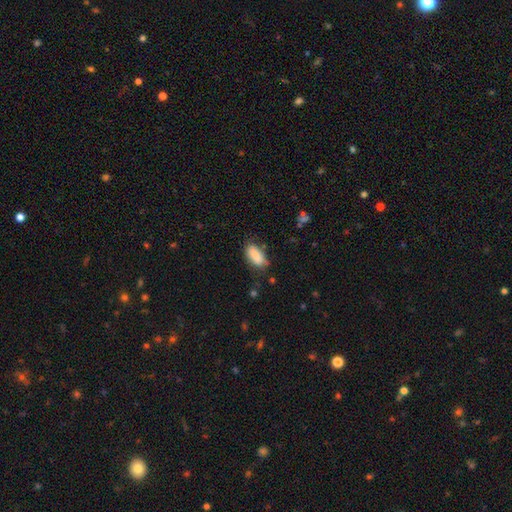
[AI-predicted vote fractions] smooth 85%, featured or disk 9%, star or artifact 7%. Down the decision tree: how rounded — in between (87%); merging — none (72%).